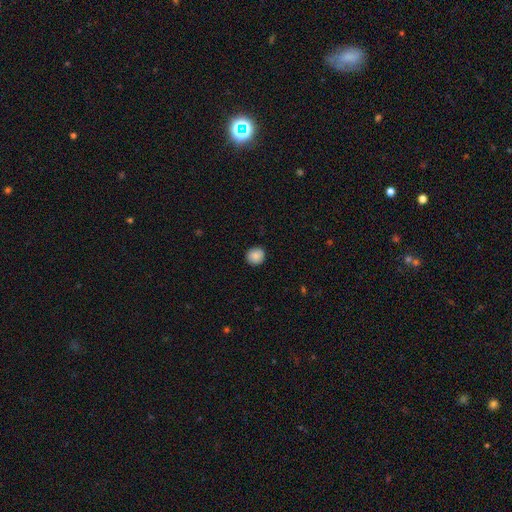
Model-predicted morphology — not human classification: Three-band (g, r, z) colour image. It shows a smooth galaxy with no disk features (88%) that is round (89%). Merging: none (89%).